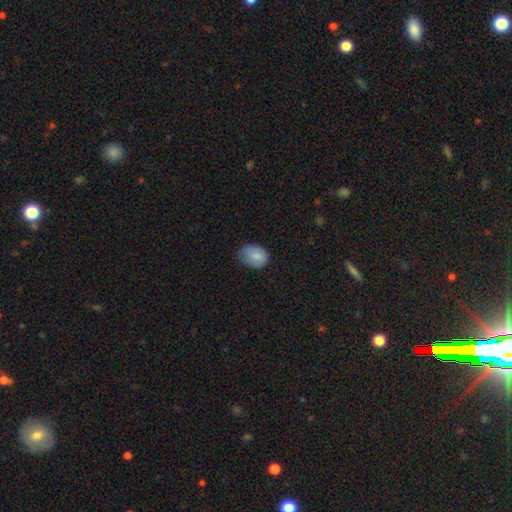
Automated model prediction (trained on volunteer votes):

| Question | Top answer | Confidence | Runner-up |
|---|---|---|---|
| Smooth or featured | smooth | 84% | featured or disk (9%) |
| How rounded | in between | 68% | round (31%) |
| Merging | none | 60% | minor disturbance (32%) |